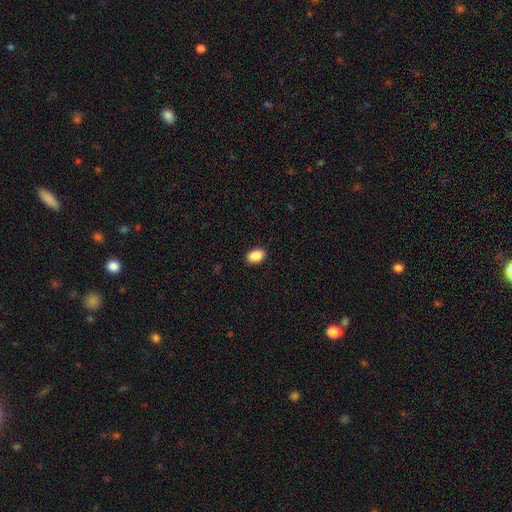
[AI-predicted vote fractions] A smooth galaxy with no disk features (88%) that is in between round and cigar-shaped (89%).

Vote fractions:
- Smooth or featured? smooth: 88% / star or artifact: 7% / featured or disk: 4%
- How rounded? in between: 89% / round: 10% / cigar-shaped: 1%
- Merging? none: 90% / minor disturbance: 8% / major disturbance: 2% / merger: 1%